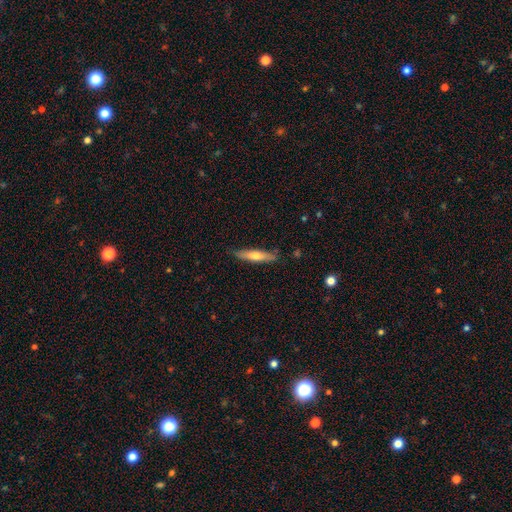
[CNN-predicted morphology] type=smooth (55%); roundness=cigar-shaped (87%); merging=none (86%).